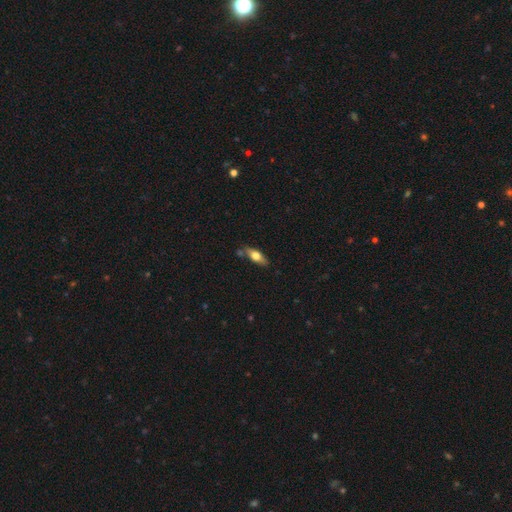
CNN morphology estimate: smooth-or-featured: smooth: 54% | featured or disk: 39% | star or artifact: 6%
  how-rounded: in between: 61% | cigar-shaped: 35% | round: 3%
  merging: none: 72% | minor disturbance: 17% | merger: 8% | major disturbance: 4%